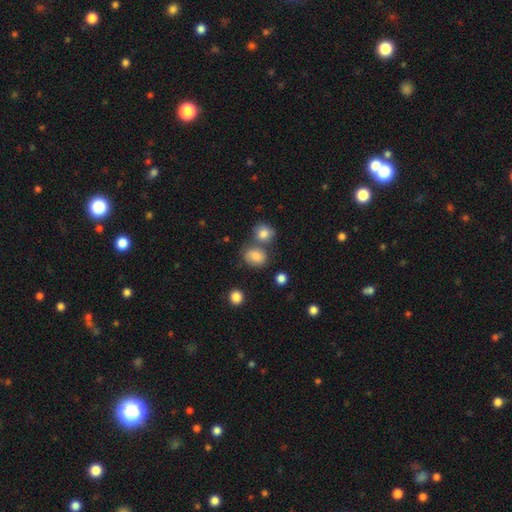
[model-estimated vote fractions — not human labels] Morphology: type=smooth (78%); roundness=in between (51%); merging=none (55%).